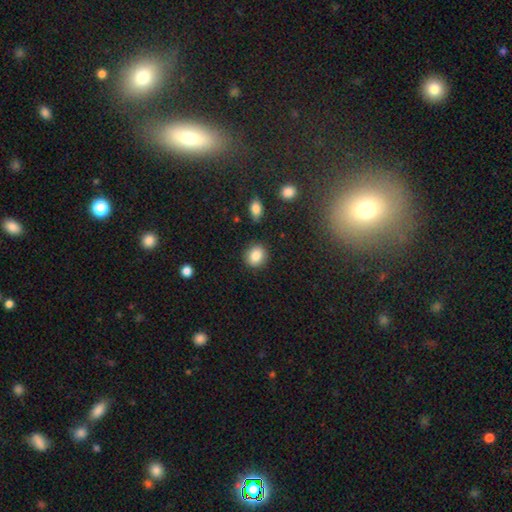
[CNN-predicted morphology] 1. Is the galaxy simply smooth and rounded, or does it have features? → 86% smooth, 9% star or artifact, 5% featured or disk.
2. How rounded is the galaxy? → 74% round, 25% in between, 1% cigar-shaped.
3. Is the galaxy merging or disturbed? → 88% none, 8% minor disturbance, 2% major disturbance, 2% merger.